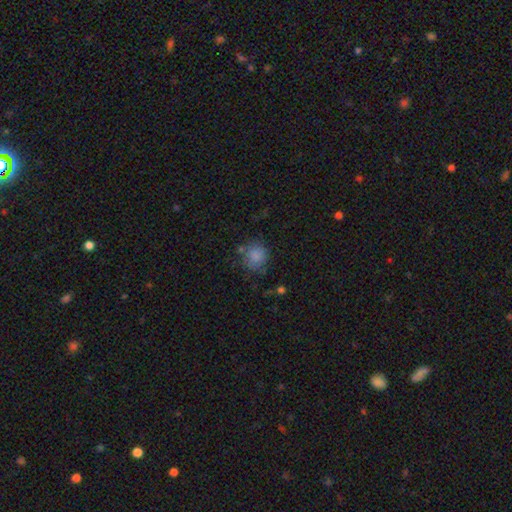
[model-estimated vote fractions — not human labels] smooth_or_featured: smooth (p=0.83) [alt: star or artifact p=0.10]
how_rounded: round (p=0.87) [alt: in between p=0.12]
merging: none (p=0.69) [alt: minor disturbance p=0.18]